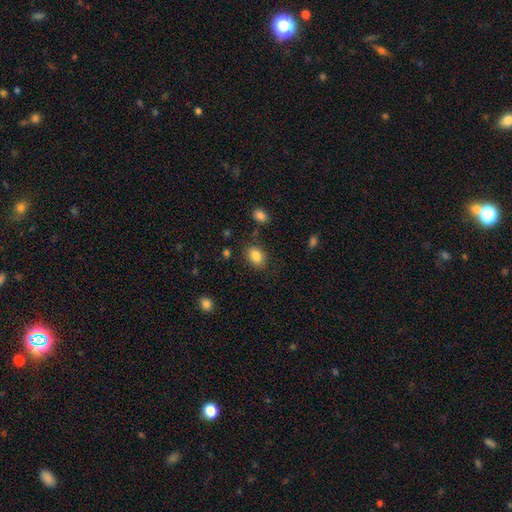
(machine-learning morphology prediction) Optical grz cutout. It shows a smooth galaxy with no disk features (85%) that is in between round and cigar-shaped (72%). Merging: none (81%).